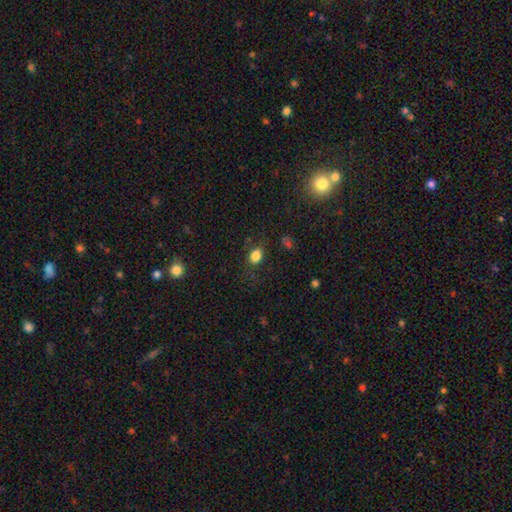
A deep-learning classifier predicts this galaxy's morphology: A smooth galaxy with no disk features (83%) that is in between round and cigar-shaped (65%).

Vote fractions:
- Smooth or featured? smooth: 83% / star or artifact: 11% / featured or disk: 6%
- How rounded? in between: 65% / round: 34% / cigar-shaped: 1%
- Merging? none: 76% / minor disturbance: 16% / major disturbance: 7% / merger: 2%